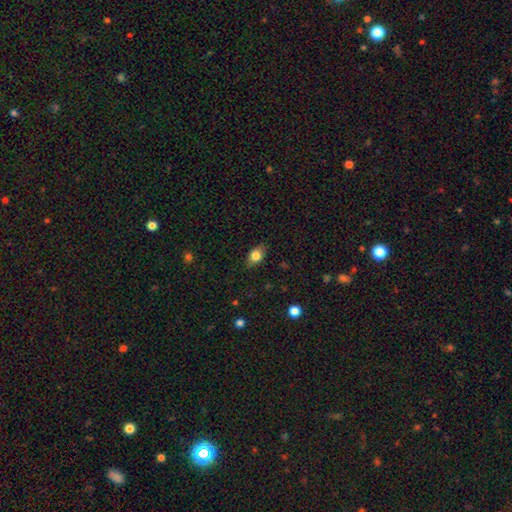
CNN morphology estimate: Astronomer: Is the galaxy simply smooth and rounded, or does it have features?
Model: smooth — 79%.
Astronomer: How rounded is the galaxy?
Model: in between — 77%.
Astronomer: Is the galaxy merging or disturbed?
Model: none — 82%.